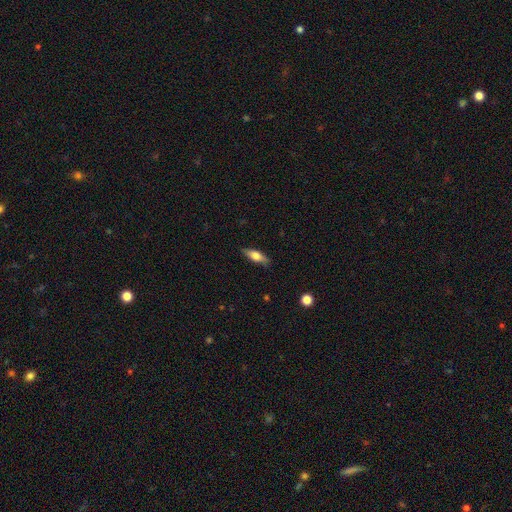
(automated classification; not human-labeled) This appears to be a smooth galaxy with no disk features (56%) that is in between round and cigar-shaped (50%). Merging: none (85%).